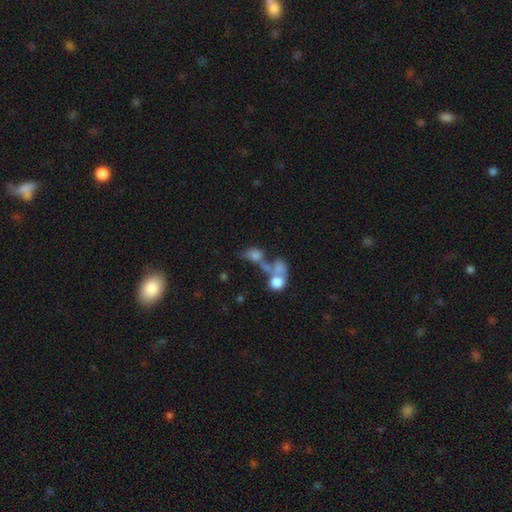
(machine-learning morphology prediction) A smooth galaxy with no disk features (41%).

Vote fractions:
- Smooth or featured? smooth: 41% / star or artifact: 30% / featured or disk: 28%
- Merging? merger: 45% / none: 37% / minor disturbance: 9% / major disturbance: 8%